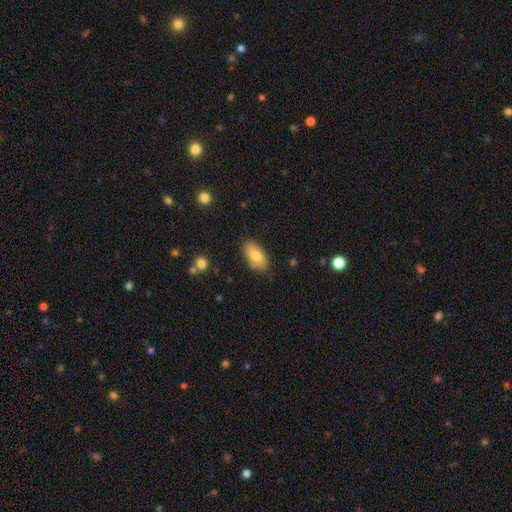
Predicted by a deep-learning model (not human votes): Smooth or featured: smooth — 78% (featured or disk — 15%)
How rounded: in between — 91% (cigar-shaped — 6%)
Merging: none — 84% (minor disturbance — 12%)